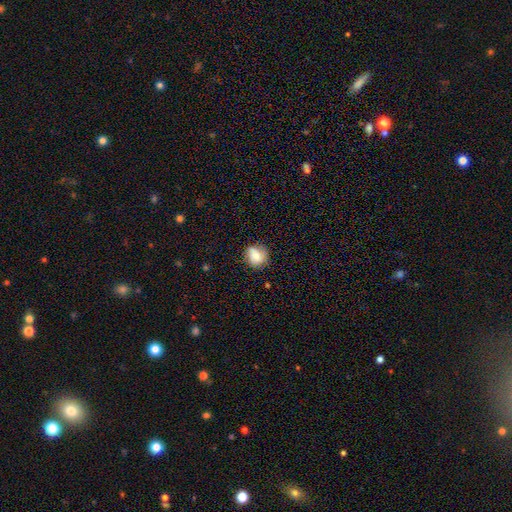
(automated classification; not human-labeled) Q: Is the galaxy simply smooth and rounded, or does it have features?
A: smooth — 76%.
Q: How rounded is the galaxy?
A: round — 79%.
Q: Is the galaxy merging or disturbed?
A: none — 71%.